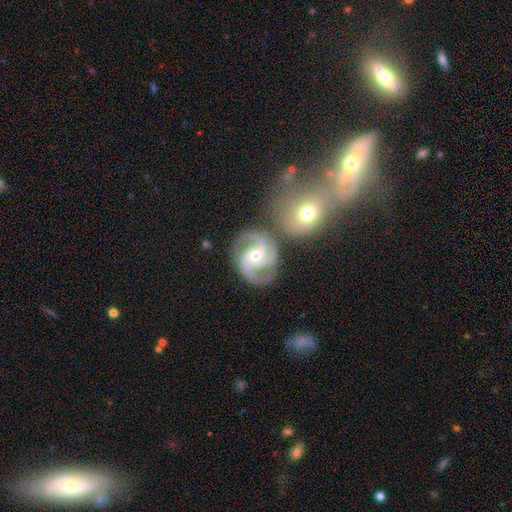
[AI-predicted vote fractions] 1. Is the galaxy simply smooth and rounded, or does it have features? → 92% featured or disk, 4% star or artifact, 3% smooth.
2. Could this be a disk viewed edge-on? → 98% no, 2% yes.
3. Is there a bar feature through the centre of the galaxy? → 56% no, 32% weak, 13% strong.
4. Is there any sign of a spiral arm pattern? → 99% yes, 1% no.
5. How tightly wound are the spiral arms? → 55% medium, 37% tight, 8% loose.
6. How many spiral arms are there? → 68% 3, 13% 2, 10% 4, 4% can't tell, 3% more than 4, 3% 1.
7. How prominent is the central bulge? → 52% moderate, 45% small, 1% large, 1% none, 1% dominant.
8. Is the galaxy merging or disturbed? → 64% none, 16% minor disturbance, 13% merger, 7% major disturbance.